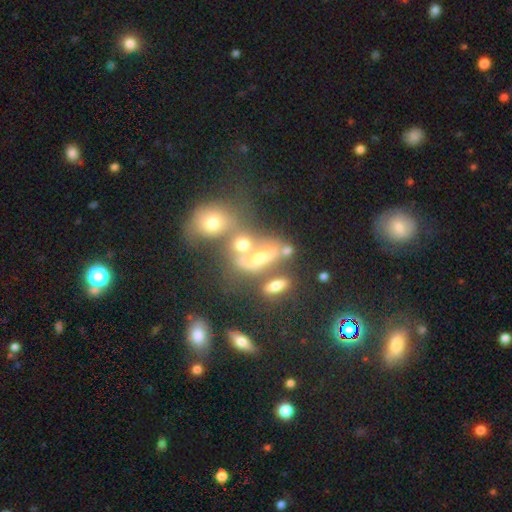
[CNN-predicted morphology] smooth-or-featured: featured or disk: 43% | smooth: 34% | star or artifact: 23%
  merging: merger: 49% | none: 29% | minor disturbance: 11% | major disturbance: 10%